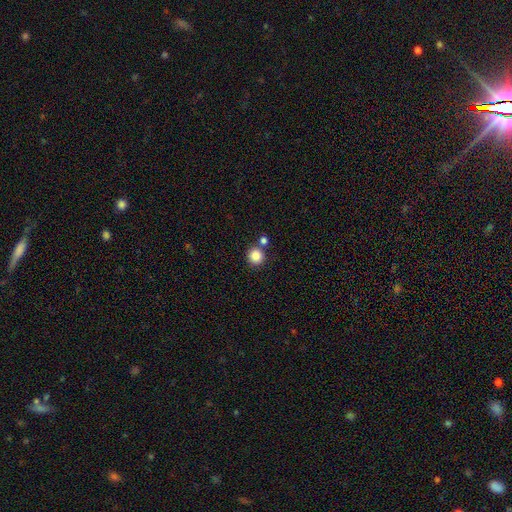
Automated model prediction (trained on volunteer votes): This is clearly a smooth galaxy (85%). How rounded: clearly round (93%). Merging: likely none (75%).